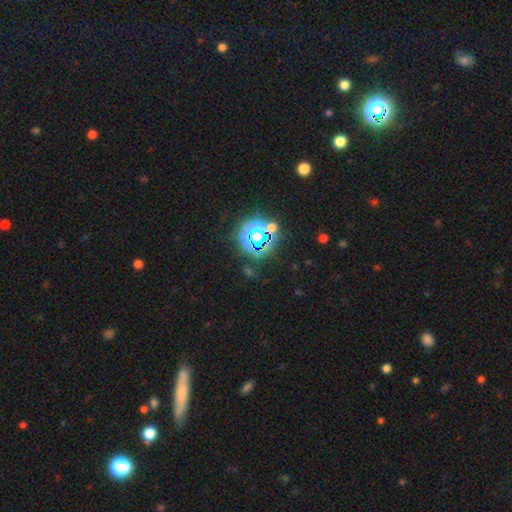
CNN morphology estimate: Overall: star or artifact (76%).